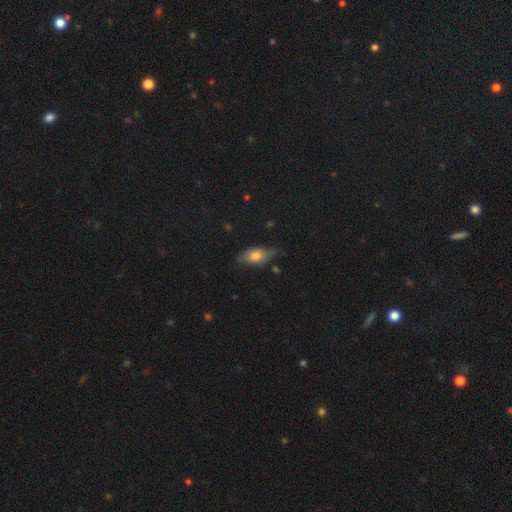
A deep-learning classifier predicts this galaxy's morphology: type=smooth (60%); roundness=in between (85%); merging=none (58%).